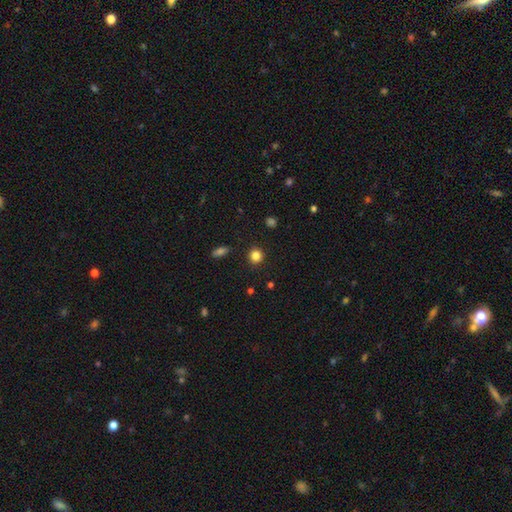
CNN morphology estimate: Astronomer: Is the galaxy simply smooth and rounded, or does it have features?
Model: smooth — 83%.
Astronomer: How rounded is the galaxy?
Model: round — 91%.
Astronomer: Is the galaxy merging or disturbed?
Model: none — 90%.